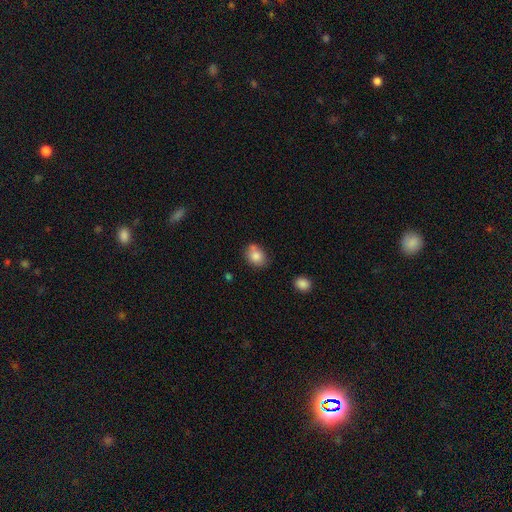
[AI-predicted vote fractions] Smooth or featured? Predicted: smooth (p=0.82). How rounded? Predicted: in between (p=0.53). Merging? Predicted: none (p=0.63).